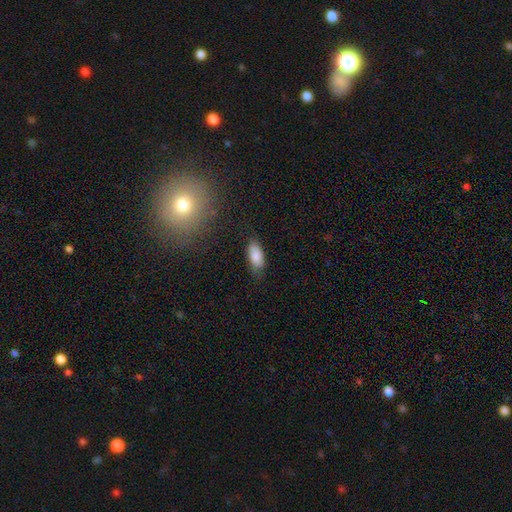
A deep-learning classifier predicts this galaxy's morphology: smooth 85%, featured or disk 7%, star or artifact 7%. Down the decision tree: how rounded — in between (87%); merging — none (74%).